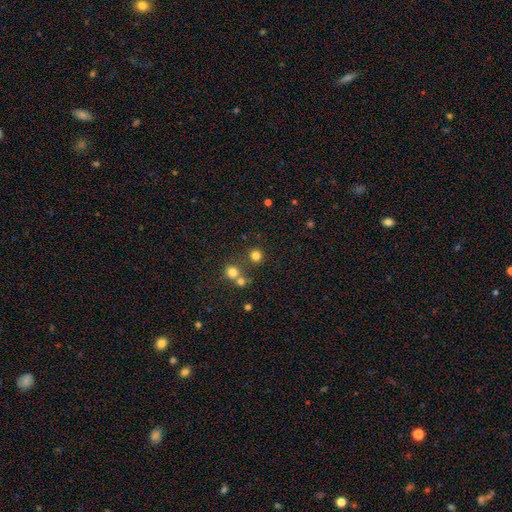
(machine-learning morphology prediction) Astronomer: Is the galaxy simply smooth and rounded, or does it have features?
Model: smooth — 78%.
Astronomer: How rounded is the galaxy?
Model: round — 93%.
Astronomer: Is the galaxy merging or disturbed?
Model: none — 76%.